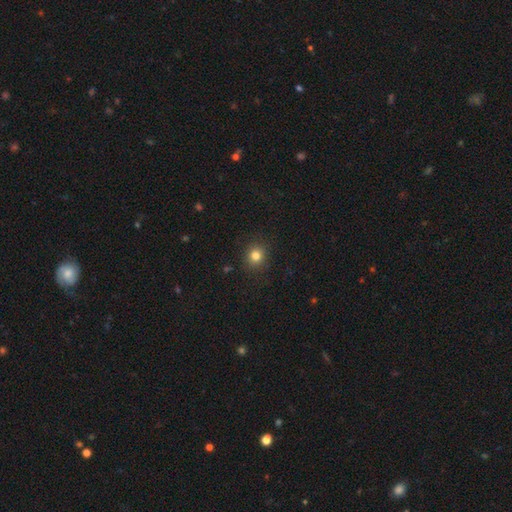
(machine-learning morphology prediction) Overall: smooth (81%). How rounded: round (85%). Merging: none (90%).